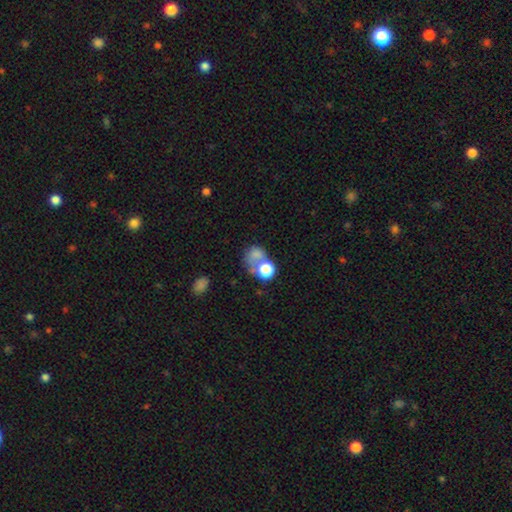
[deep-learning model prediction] Q: Smooth or featured?
A: smooth (69%); runner-up: featured or disk (17%)
Q: How rounded?
A: round (61%); runner-up: in between (38%)
Q: Merging?
A: merger (45%); runner-up: none (26%)